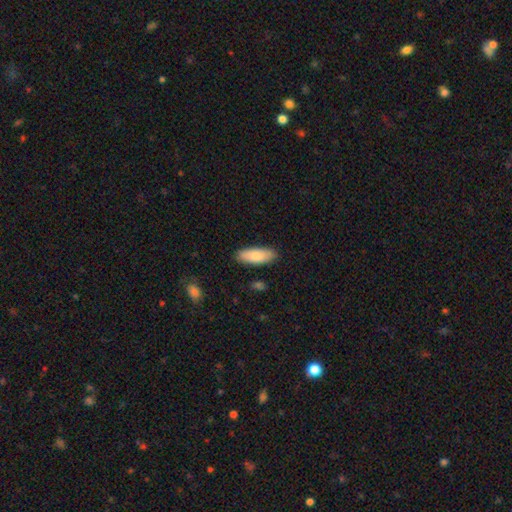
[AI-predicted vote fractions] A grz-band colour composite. It shows a smooth galaxy with no disk features (83%) that is in between round and cigar-shaped (72%). Merging: none (86%).